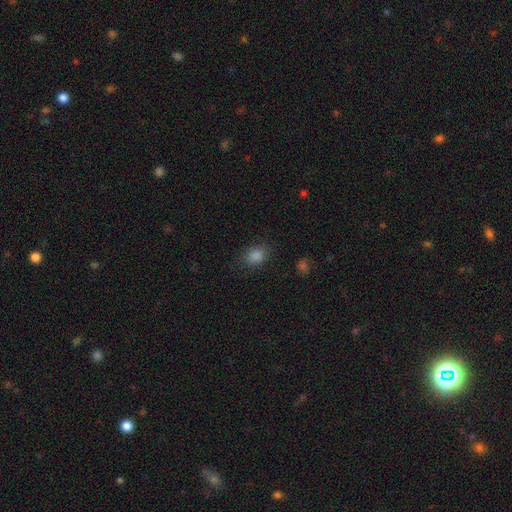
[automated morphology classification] A smooth galaxy with no disk features (84%) that is in between round and cigar-shaped (65%).

Vote fractions:
- Smooth or featured? smooth: 84% / star or artifact: 12% / featured or disk: 5%
- How rounded? in between: 65% / round: 34% / cigar-shaped: 1%
- Merging? none: 82% / minor disturbance: 13% / major disturbance: 4% / merger: 1%